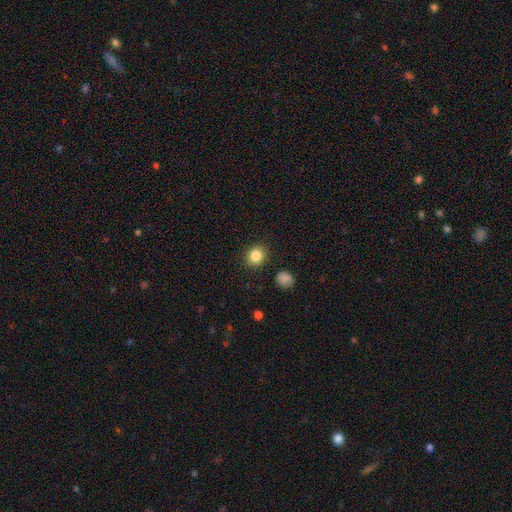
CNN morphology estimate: This is clearly a smooth galaxy (84%). How rounded: likely round (78%). Merging: clearly none (89%).